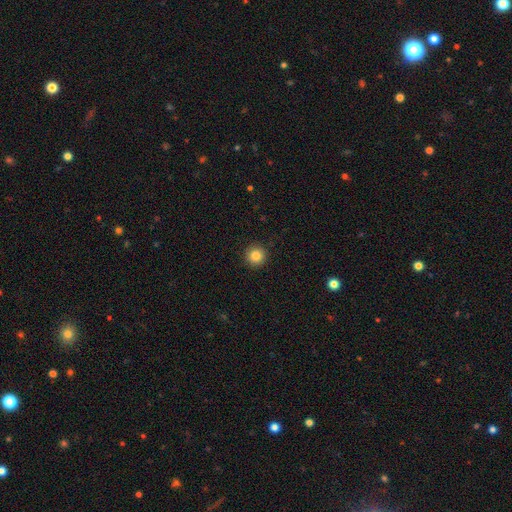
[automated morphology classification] A smooth galaxy with no disk features (84%) that is round (96%).

Vote fractions:
- Smooth or featured? smooth: 84% / star or artifact: 11% / featured or disk: 5%
- How rounded? round: 96% / in between: 3% / cigar-shaped: 1%
- Merging? none: 93% / minor disturbance: 5% / major disturbance: 2% / merger: 1%